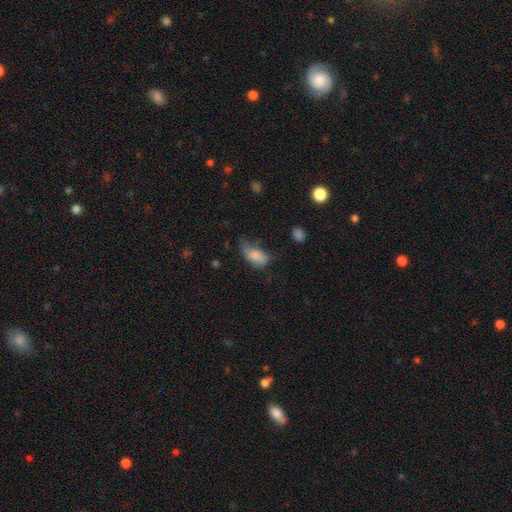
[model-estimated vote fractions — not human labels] smooth 77%, featured or disk 15%, star or artifact 8%. Down the decision tree: how rounded — in between (90%); merging — minor disturbance (38%).